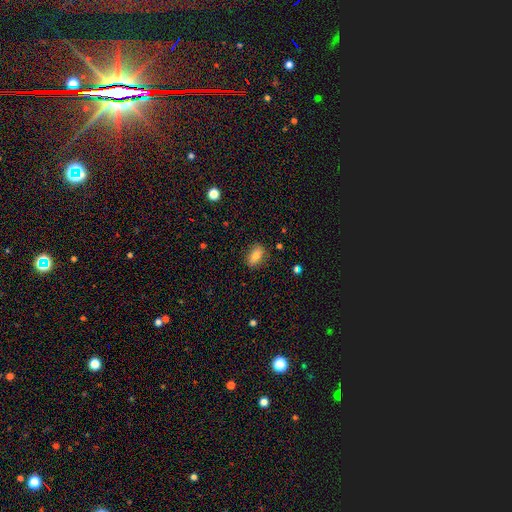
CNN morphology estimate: Q: Smooth or featured?
A: smooth (79%); runner-up: featured or disk (12%)
Q: How rounded?
A: in between (84%); runner-up: round (8%)
Q: Merging?
A: none (83%); runner-up: minor disturbance (13%)